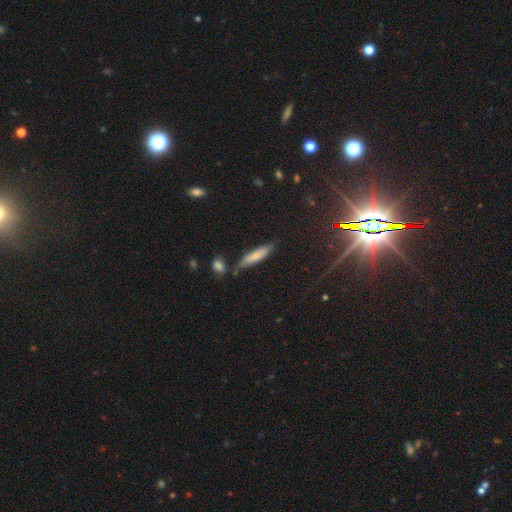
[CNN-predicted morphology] A smooth galaxy with no disk features (77%) that is cigar-shaped (78%).

Vote fractions:
- Smooth or featured? smooth: 77% / featured or disk: 16% / star or artifact: 7%
- How rounded? cigar-shaped: 78% / in between: 20% / round: 2%
- Merging? none: 74% / minor disturbance: 15% / merger: 7% / major disturbance: 3%